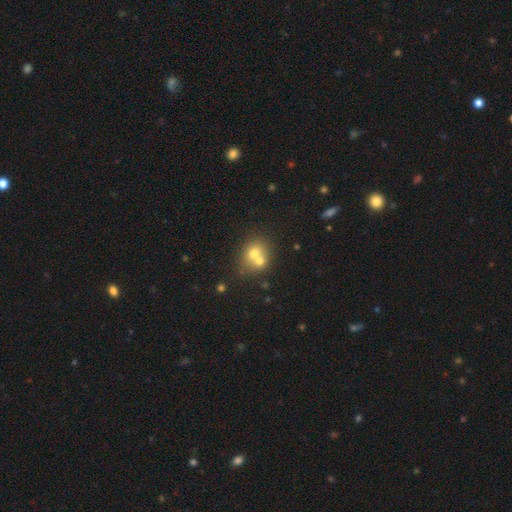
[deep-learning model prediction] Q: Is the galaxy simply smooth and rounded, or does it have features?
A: smooth — 67%.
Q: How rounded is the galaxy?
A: round — 73%.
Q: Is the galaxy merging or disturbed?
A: merger — 59%.